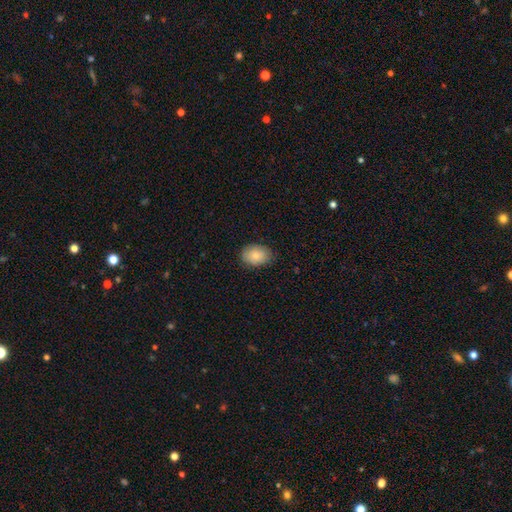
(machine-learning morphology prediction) A smooth galaxy with no disk features (82%) that is in between round and cigar-shaped (76%).

Vote fractions:
- Smooth or featured? smooth: 82% / featured or disk: 11% / star or artifact: 7%
- How rounded? in between: 76% / round: 23% / cigar-shaped: 1%
- Merging? none: 82% / minor disturbance: 14% / major disturbance: 3% / merger: 1%